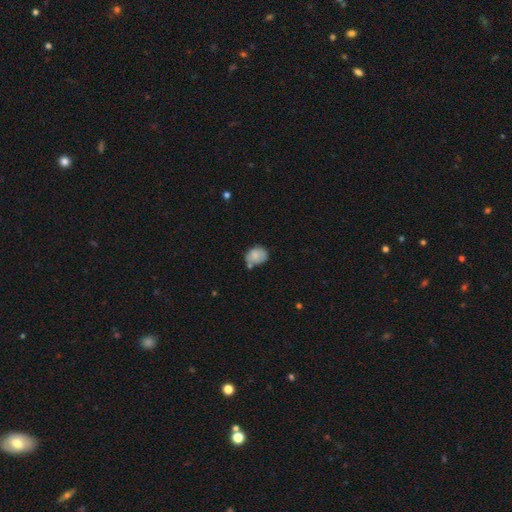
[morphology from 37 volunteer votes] Q: Smooth or featured?
A: smooth (78%); runner-up: featured or disk (16%)
Q: How rounded?
A: in between (72%); runner-up: round (24%)
Q: Merging?
A: none (49%); runner-up: merger (31%)